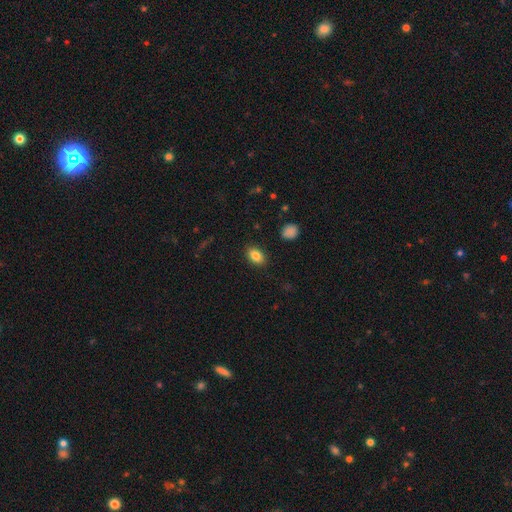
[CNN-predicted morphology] Overall: smooth (85%). How rounded: in between (84%). Merging: none (88%).